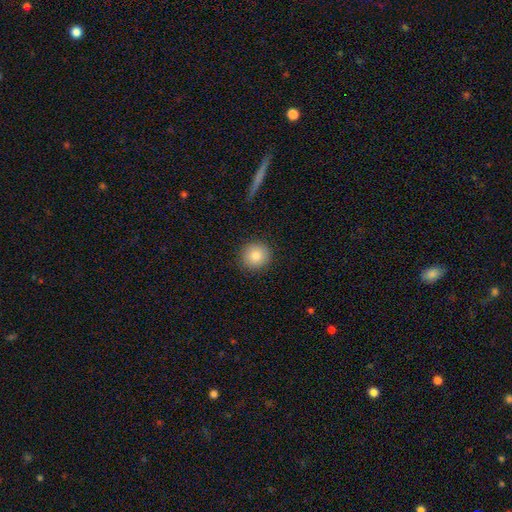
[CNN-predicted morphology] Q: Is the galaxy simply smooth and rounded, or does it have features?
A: smooth — 83%.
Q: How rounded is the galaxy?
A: round — 93%.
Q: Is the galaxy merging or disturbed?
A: none — 90%.